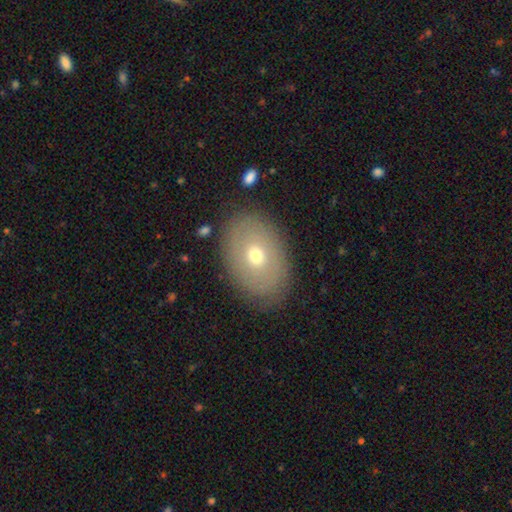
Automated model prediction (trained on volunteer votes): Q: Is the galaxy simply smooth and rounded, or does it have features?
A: smooth — 57%.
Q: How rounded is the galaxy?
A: in between — 81%.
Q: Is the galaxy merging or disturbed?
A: none — 83%.